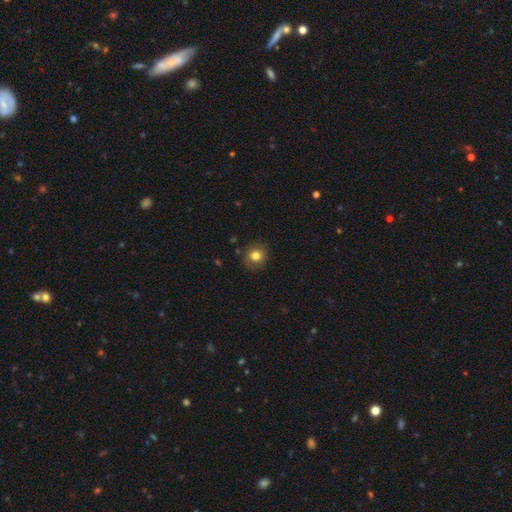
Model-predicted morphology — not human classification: smooth-or-featured: smooth: 79% | featured or disk: 11% | star or artifact: 10%
  how-rounded: round: 87% | in between: 12% | cigar-shaped: 1%
  merging: none: 84% | minor disturbance: 11% | major disturbance: 3% | merger: 1%